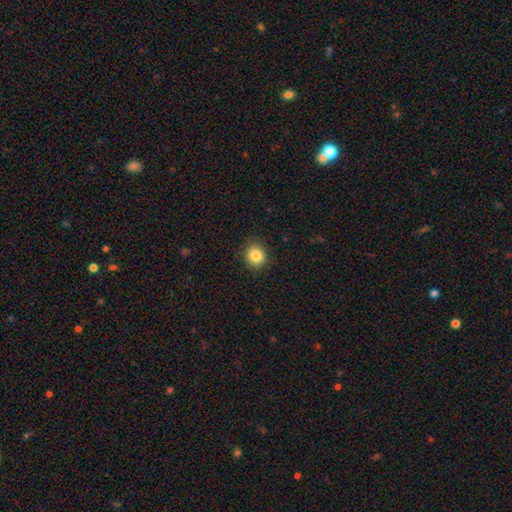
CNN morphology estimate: Smooth or featured? smooth (84%)
How rounded? round (85%)
Merging? none (88%)